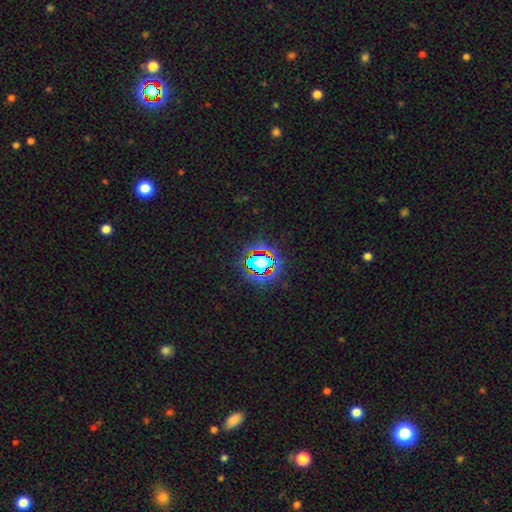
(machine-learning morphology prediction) type=star or artifact (78%).